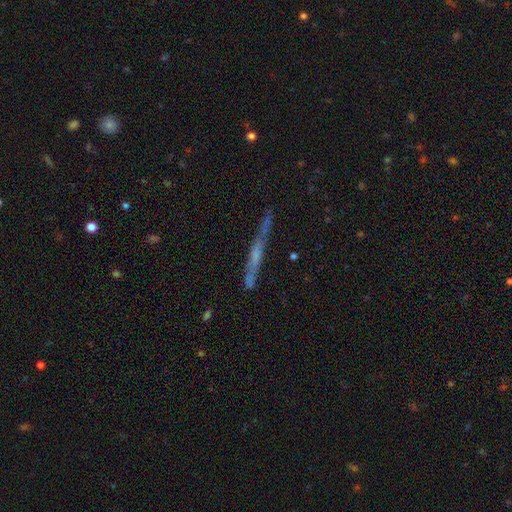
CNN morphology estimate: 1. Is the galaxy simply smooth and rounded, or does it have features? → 57% featured or disk, 33% smooth, 10% star or artifact.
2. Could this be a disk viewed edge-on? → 89% yes, 11% no.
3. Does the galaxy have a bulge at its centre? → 64% none, 23% rounded, 13% boxy.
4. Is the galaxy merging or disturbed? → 70% none, 19% minor disturbance, 6% major disturbance, 5% merger.